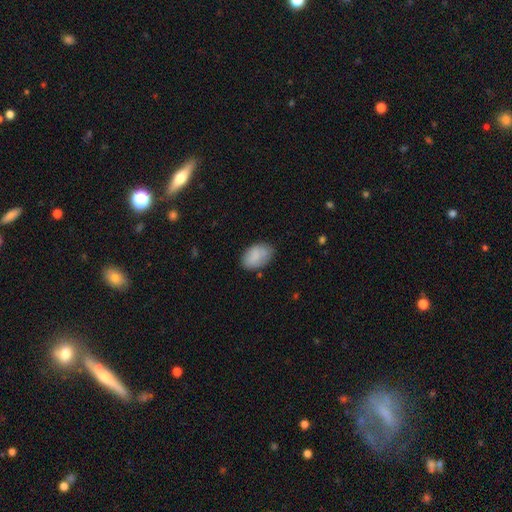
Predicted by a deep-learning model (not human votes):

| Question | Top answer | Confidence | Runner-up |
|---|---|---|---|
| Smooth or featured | smooth | 84% | featured or disk (9%) |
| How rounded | in between | 89% | round (10%) |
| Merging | none | 70% | minor disturbance (23%) |